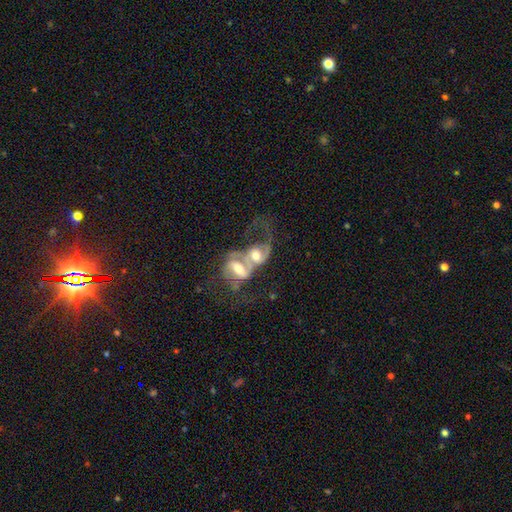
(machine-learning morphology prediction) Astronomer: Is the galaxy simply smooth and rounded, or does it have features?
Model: featured or disk — 73%.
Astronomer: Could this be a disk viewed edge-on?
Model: no — 95%.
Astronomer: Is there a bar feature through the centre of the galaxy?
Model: weak — 39% (runner-up: no, 36%).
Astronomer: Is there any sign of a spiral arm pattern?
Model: yes — 85%.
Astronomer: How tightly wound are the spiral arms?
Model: loose — 44% (runner-up: medium, 39%).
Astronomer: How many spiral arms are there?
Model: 2 — 67%.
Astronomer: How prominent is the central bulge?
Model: moderate — 63%.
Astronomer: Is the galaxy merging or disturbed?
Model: merger — 80%.